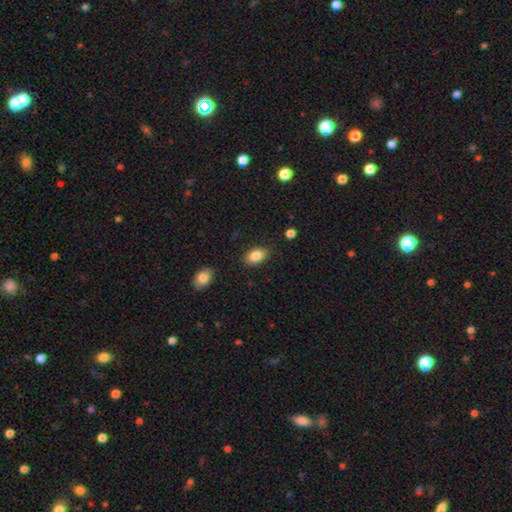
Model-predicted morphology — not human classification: The model was most divided on "merging": none: 83%, minor disturbance: 12%, major disturbance: 3%, merger: 2%. More confident: how rounded — in between (86%); smooth or featured — smooth (84%).